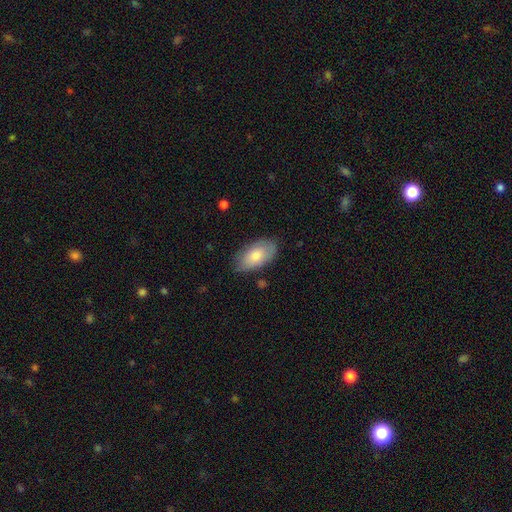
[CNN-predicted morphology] smooth-or-featured: smooth: 75% | featured or disk: 19% | star or artifact: 6%
  how-rounded: in between: 94% | round: 3% | cigar-shaped: 3%
  merging: none: 79% | minor disturbance: 17% | major disturbance: 3% | merger: 1%